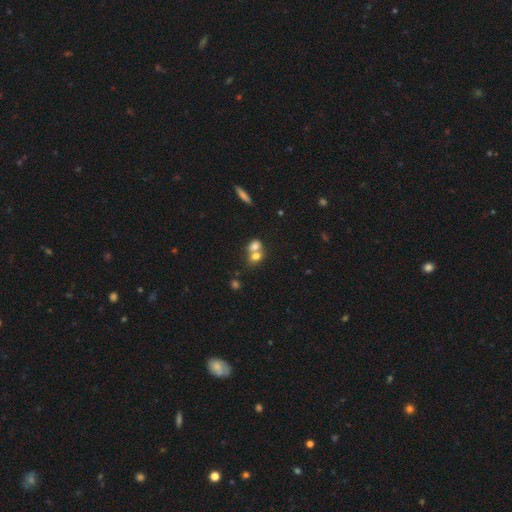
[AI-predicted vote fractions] Smooth or featured? Predicted: smooth (p=0.72). How rounded? Predicted: in between (p=0.51). Merging? Predicted: merger (p=0.67).